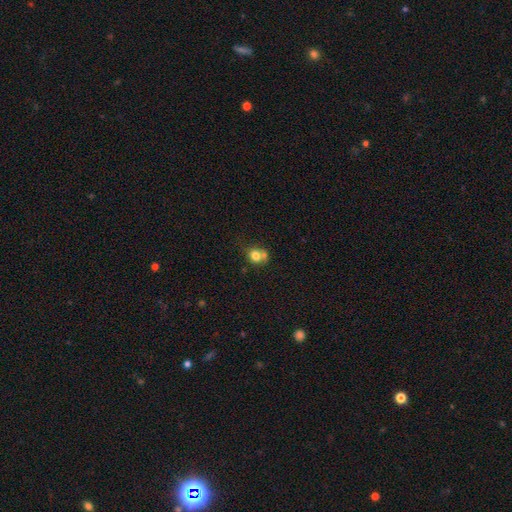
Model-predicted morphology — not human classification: This is likely a smooth galaxy (75%). How rounded: likely round (73%). Merging: marginally none (41%).